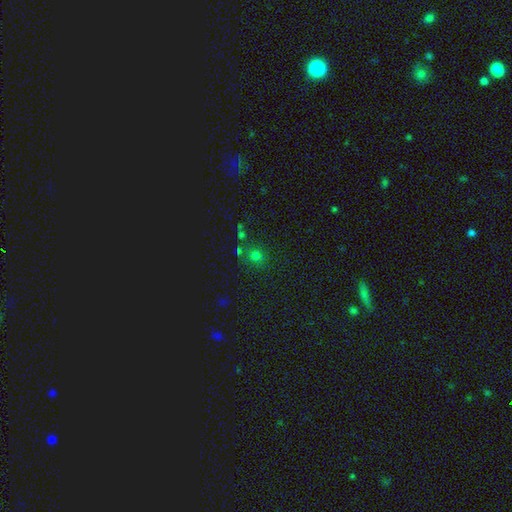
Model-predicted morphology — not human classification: smooth 58%, star or artifact 34%, featured or disk 8%. Down the decision tree: how rounded — round (85%); merging — none (70%).